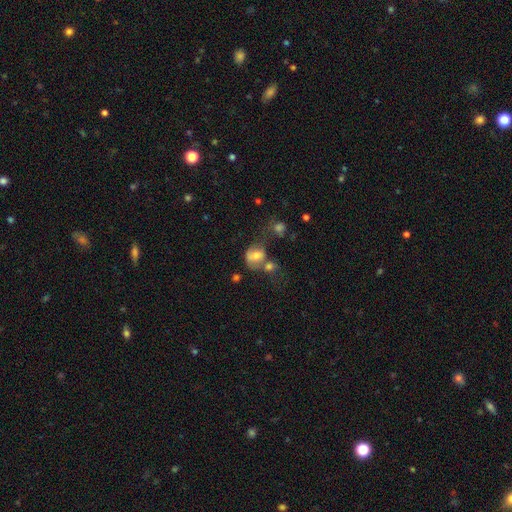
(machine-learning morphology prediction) A smooth galaxy with no disk features (60%) that is in between round and cigar-shaped (57%). Merging: merger (41%).